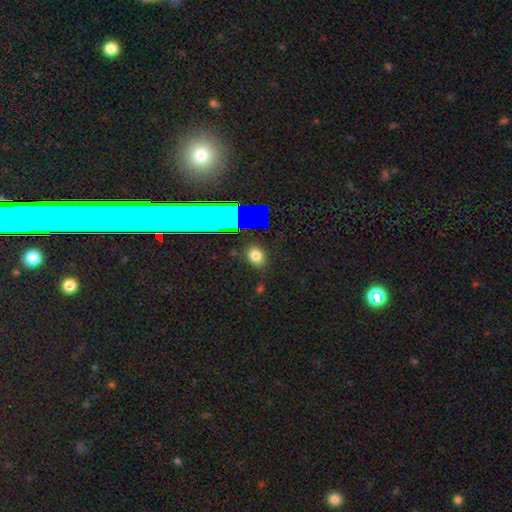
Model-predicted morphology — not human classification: smooth_or_featured: smooth (p=0.75) [alt: star or artifact p=0.17]
how_rounded: in between (p=0.52) [alt: round p=0.46]
merging: none (p=0.86) [alt: minor disturbance p=0.09]